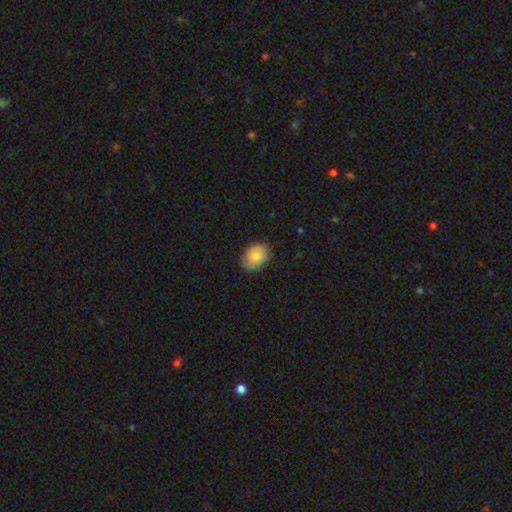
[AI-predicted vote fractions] This is clearly a smooth galaxy (80%). How rounded: likely in between (72%). Merging: likely none (79%).